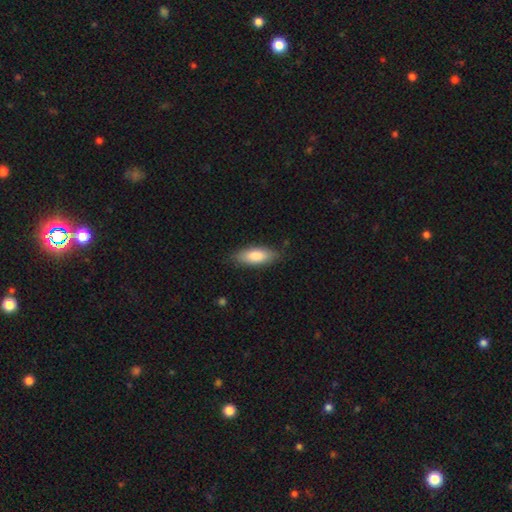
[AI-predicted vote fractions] This appears to be a smooth galaxy with no disk features (82%) that is in between round and cigar-shaped (74%). Merging: none (82%).